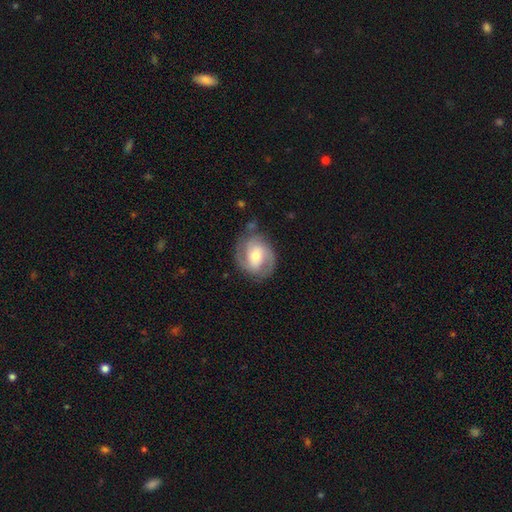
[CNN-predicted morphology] type=featured or disk (78%); edge-on=no (97%); bar=no (44%); spiral arms=yes (94%); winding=medium (46%); arm count=2 (75%); bulge=moderate (61%); merging=none (74%).